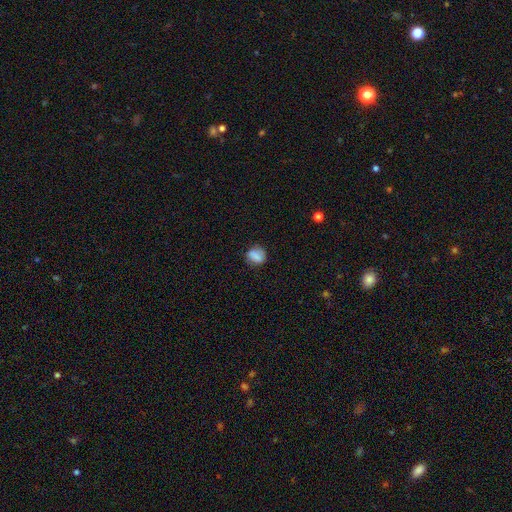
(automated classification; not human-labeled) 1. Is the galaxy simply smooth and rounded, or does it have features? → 79% smooth, 12% featured or disk, 9% star or artifact.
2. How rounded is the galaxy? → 58% round, 39% in between, 2% cigar-shaped.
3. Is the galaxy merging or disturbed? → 75% none, 18% minor disturbance, 5% major disturbance, 2% merger.